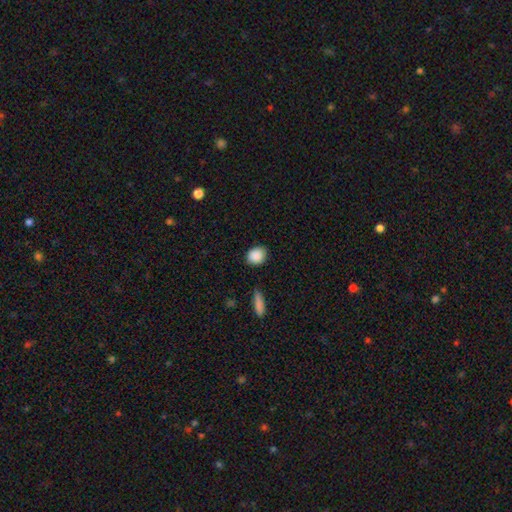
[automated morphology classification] smooth-or-featured: smooth: 88% | star or artifact: 8% | featured or disk: 4%
  how-rounded: round: 62% | in between: 36% | cigar-shaped: 2%
  merging: none: 84% | minor disturbance: 11% | major disturbance: 3% | merger: 2%